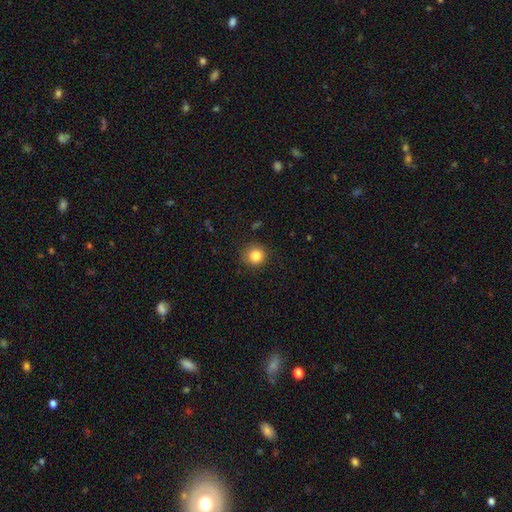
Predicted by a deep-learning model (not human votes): This is clearly a smooth galaxy (84%). How rounded: clearly round (92%). Merging: clearly none (87%).